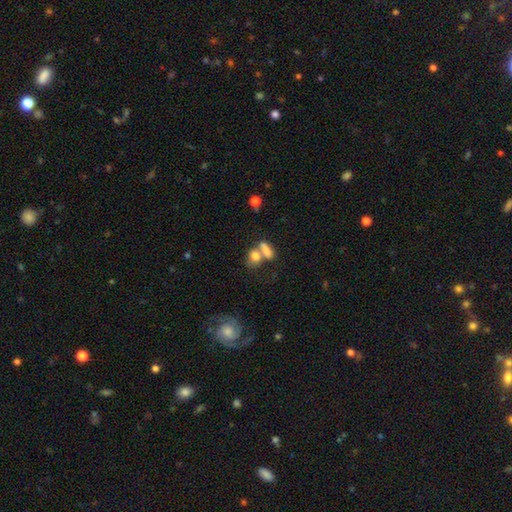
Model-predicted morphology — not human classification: Q: Smooth or featured?
A: smooth (77%); runner-up: featured or disk (14%)
Q: How rounded?
A: in between (67%); runner-up: round (26%)
Q: Merging?
A: merger (54%); runner-up: none (32%)